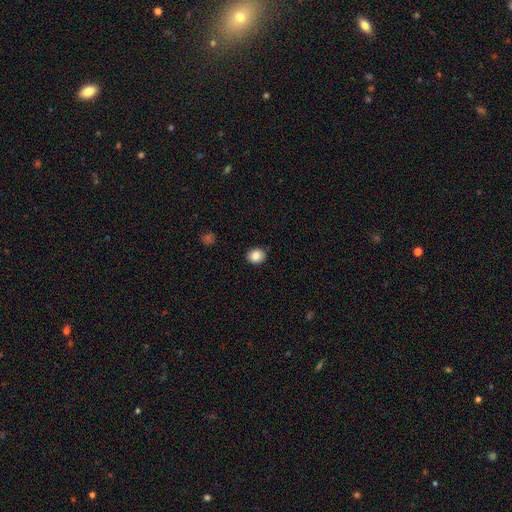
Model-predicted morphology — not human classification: smooth-or-featured: smooth: 86% | star or artifact: 9% | featured or disk: 4%
  how-rounded: round: 73% | in between: 26% | cigar-shaped: 1%
  merging: none: 89% | minor disturbance: 8% | major disturbance: 2% | merger: 1%